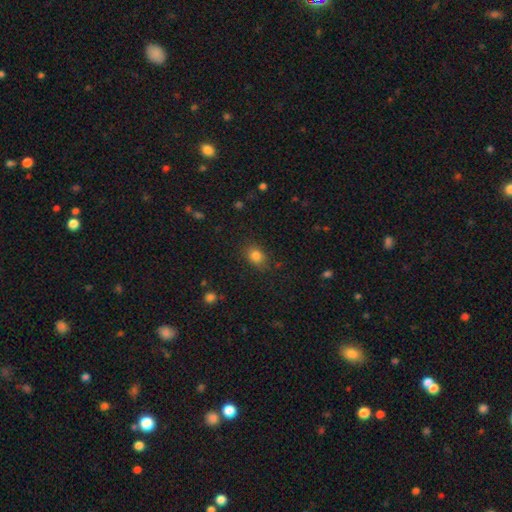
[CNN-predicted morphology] smooth 83%, star or artifact 11%, featured or disk 6%. Down the decision tree: how rounded — in between (64%); merging — none (80%).